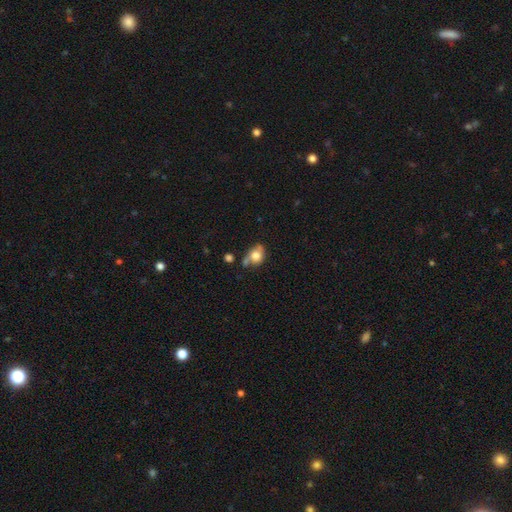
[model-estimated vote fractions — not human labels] Q: Smooth or featured?
A: smooth (71%); runner-up: featured or disk (20%)
Q: How rounded?
A: in between (52%); runner-up: round (46%)
Q: Merging?
A: none (43%); runner-up: minor disturbance (26%)